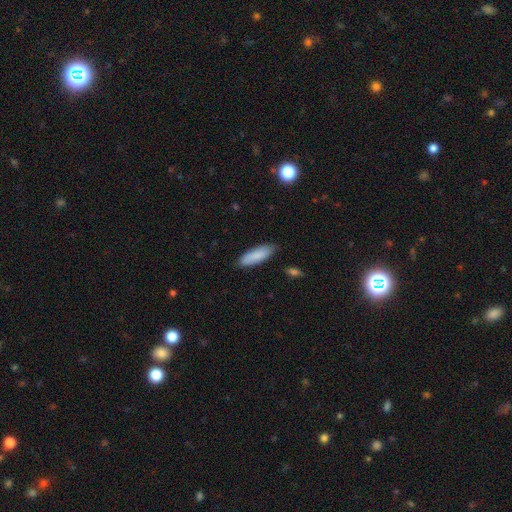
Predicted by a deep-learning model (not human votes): smooth-or-featured: smooth: 87% | featured or disk: 7% | star or artifact: 6%
  how-rounded: in between: 56% | cigar-shaped: 43% | round: 1%
  merging: none: 84% | minor disturbance: 13% | major disturbance: 2% | merger: 2%